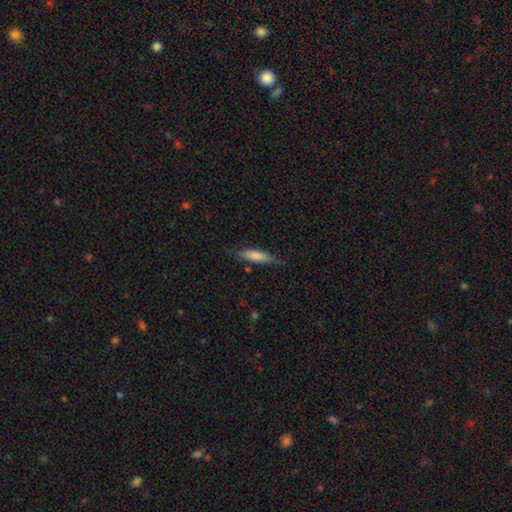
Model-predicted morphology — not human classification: Smooth or featured?
  - smooth: 77% *
  - featured or disk: 18%
  - star or artifact: 6%
How rounded?
  - cigar-shaped: 74% *
  - in between: 25%
  - round: 1%
Merging?
  - none: 78% *
  - minor disturbance: 17%
  - major disturbance: 3%
  - merger: 2%